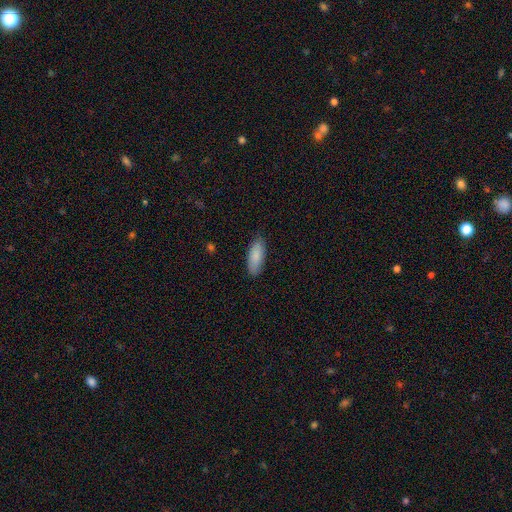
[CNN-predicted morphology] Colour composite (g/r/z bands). It shows a smooth galaxy with no disk features (87%) that is in between round and cigar-shaped (79%). Merging: none (85%).